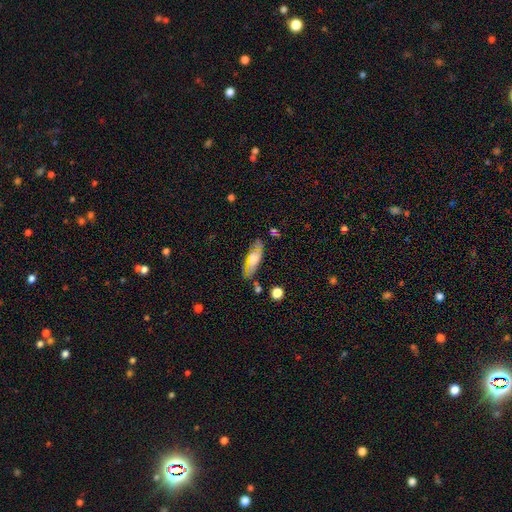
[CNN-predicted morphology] Smooth or featured?
  - smooth: 46% *
  - featured or disk: 45%
  - star or artifact: 10%
Merging?
  - none: 66% *
  - minor disturbance: 22%
  - major disturbance: 8%
  - merger: 5%